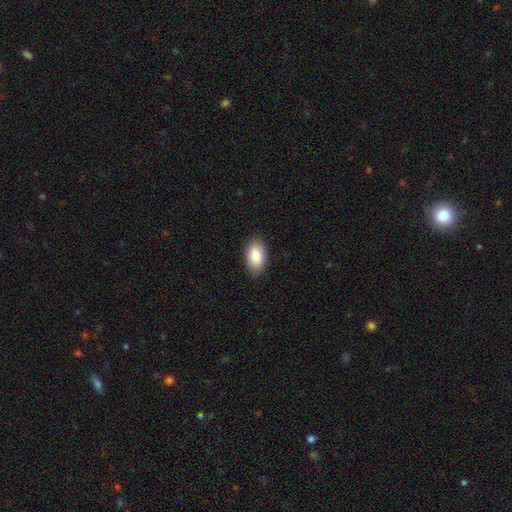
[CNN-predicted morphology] A smooth galaxy with no disk features (86%) that is in between round and cigar-shaped (93%). Merging: none (88%).